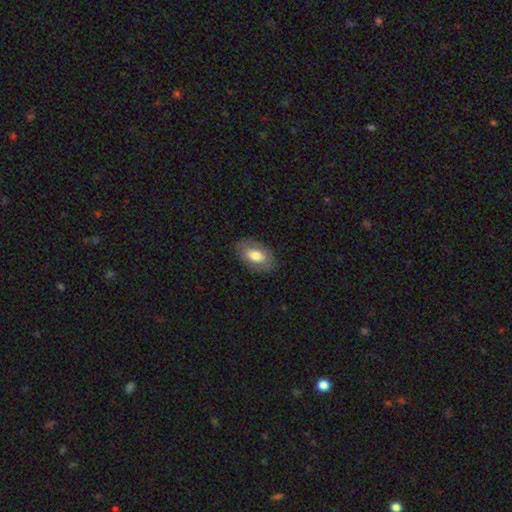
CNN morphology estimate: type=smooth (63%); roundness=in between (91%); merging=none (81%).